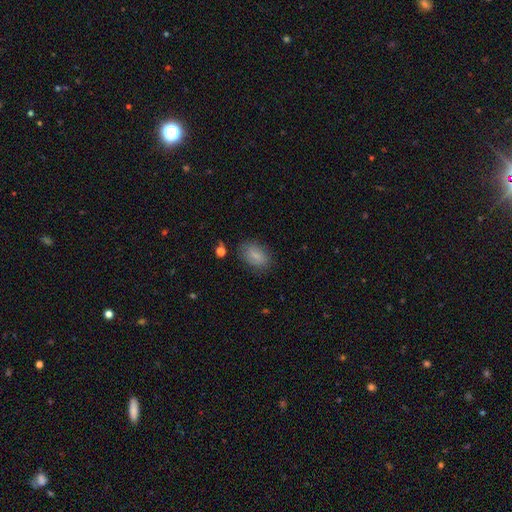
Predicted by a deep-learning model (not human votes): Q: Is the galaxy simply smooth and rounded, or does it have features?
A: smooth — 78%.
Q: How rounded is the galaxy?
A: in between — 86%.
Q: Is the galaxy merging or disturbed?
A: none — 79%.